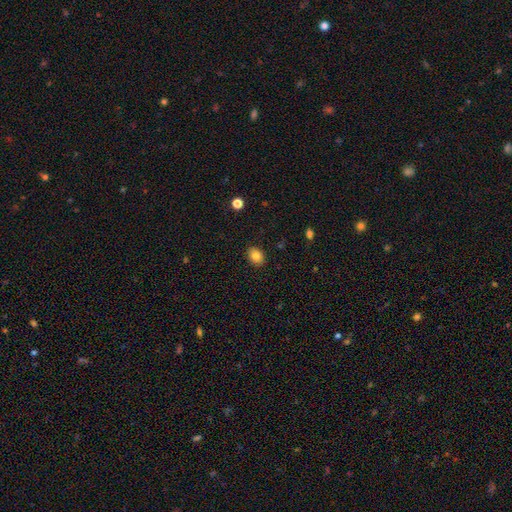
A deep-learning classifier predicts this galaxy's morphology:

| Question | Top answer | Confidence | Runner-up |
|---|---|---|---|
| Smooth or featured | smooth | 84% | star or artifact (9%) |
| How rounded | in between | 62% | round (37%) |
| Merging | none | 89% | minor disturbance (8%) |